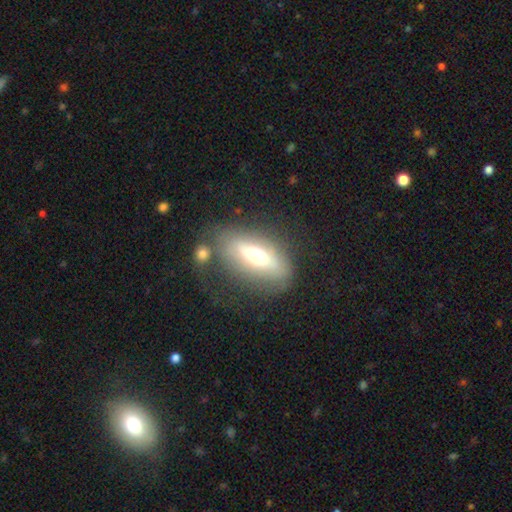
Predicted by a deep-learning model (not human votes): A smooth galaxy with no disk features (47%). Merging: none (62%).